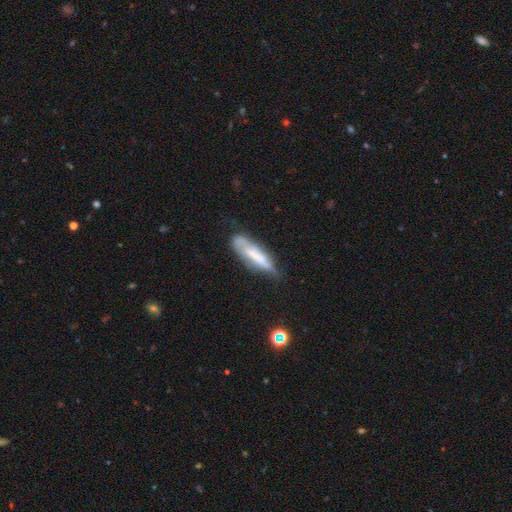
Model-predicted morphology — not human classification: A smooth galaxy with no disk features (50%). Merging: none (48%).